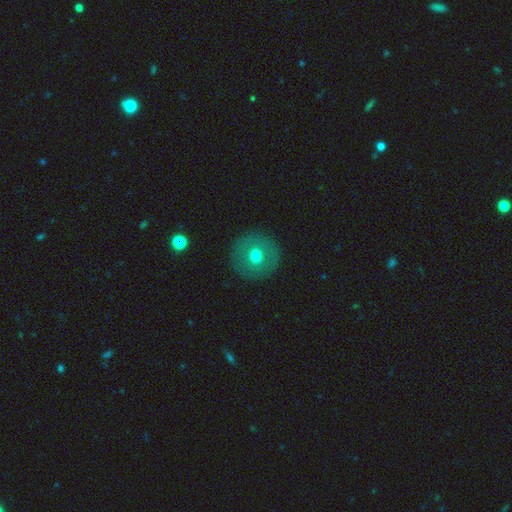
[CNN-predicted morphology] Smooth or featured? Predicted: smooth (p=0.62). How rounded? Predicted: round (p=0.95). Merging? Predicted: none (p=0.91).